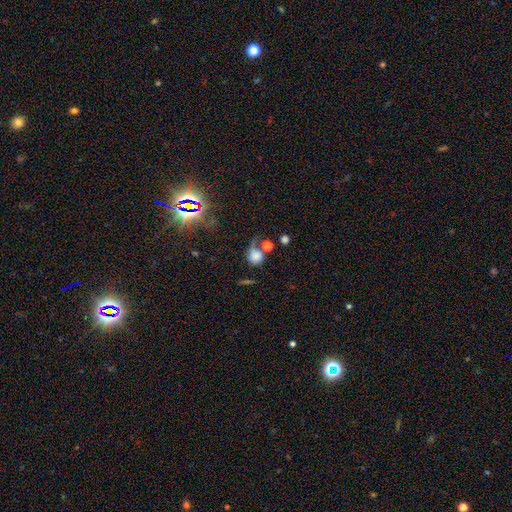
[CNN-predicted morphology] Smooth or featured?
  - smooth: 69% *
  - featured or disk: 17%
  - star or artifact: 13%
How rounded?
  - round: 78% *
  - in between: 21%
  - cigar-shaped: 1%
Merging?
  - none: 31% *
  - major disturbance: 26%
  - merger: 22%
  - minor disturbance: 20%